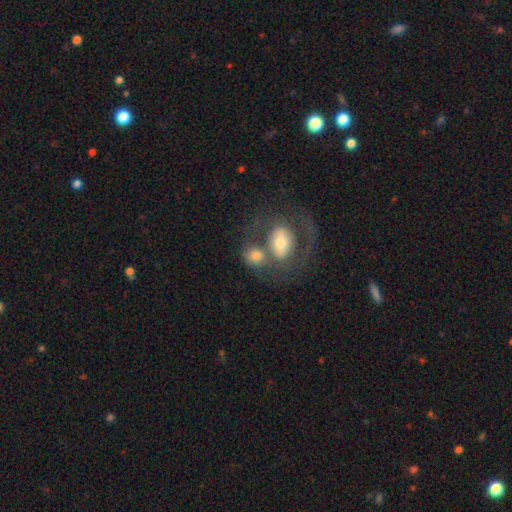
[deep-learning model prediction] Smooth or featured?
  - smooth: 63% *
  - featured or disk: 29%
  - star or artifact: 9%
How rounded?
  - in between: 53% *
  - round: 45%
  - cigar-shaped: 2%
Merging?
  - merger: 48% *
  - none: 31%
  - minor disturbance: 10%
  - major disturbance: 10%